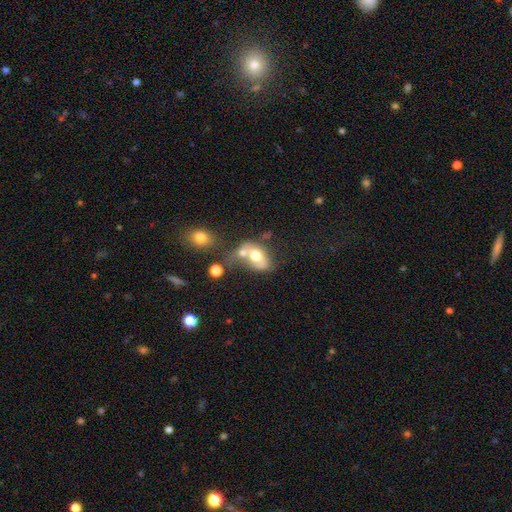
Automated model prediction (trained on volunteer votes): Smooth or featured? Predicted: smooth (p=0.60). How rounded? Predicted: in between (p=0.73). Merging? Predicted: merger (p=0.52).